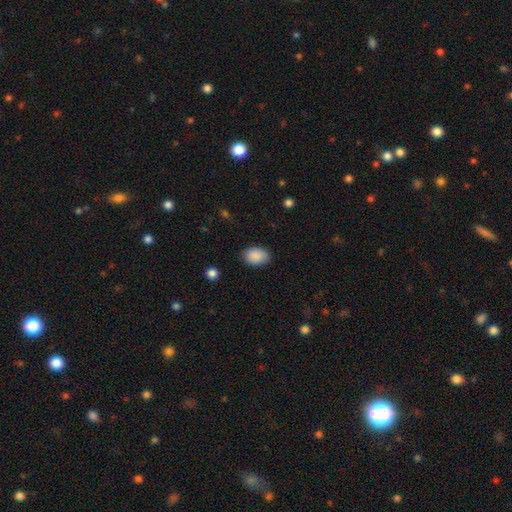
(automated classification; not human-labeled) Q: Smooth or featured?
A: smooth (90%); runner-up: star or artifact (7%)
Q: How rounded?
A: in between (79%); runner-up: round (20%)
Q: Merging?
A: none (84%); runner-up: minor disturbance (12%)